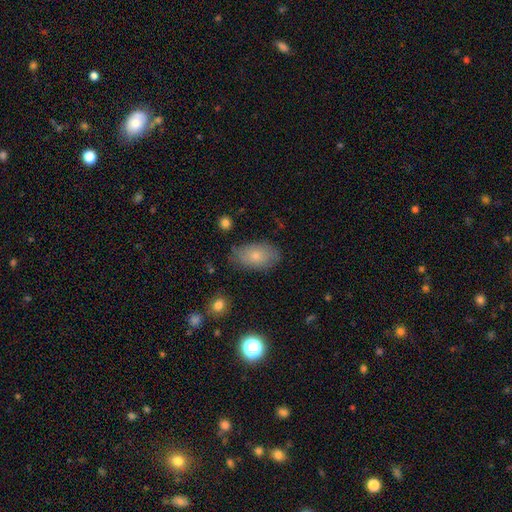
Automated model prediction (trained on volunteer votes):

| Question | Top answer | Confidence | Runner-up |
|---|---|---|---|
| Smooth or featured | smooth | 74% | featured or disk (17%) |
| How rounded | in between | 92% | round (7%) |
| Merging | none | 76% | minor disturbance (18%) |